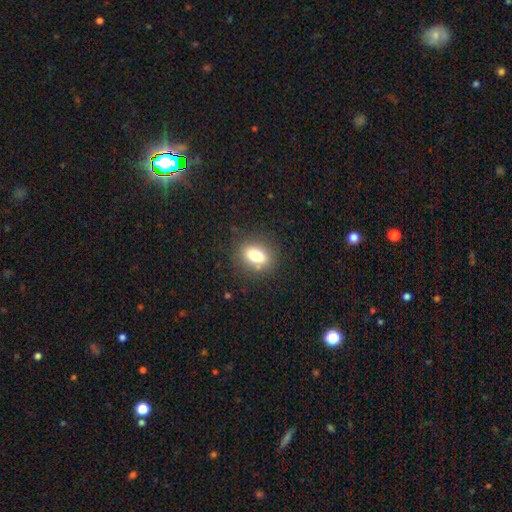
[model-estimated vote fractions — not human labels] smooth 76%, featured or disk 13%, star or artifact 11%. Down the decision tree: how rounded — in between (74%); merging — none (83%).